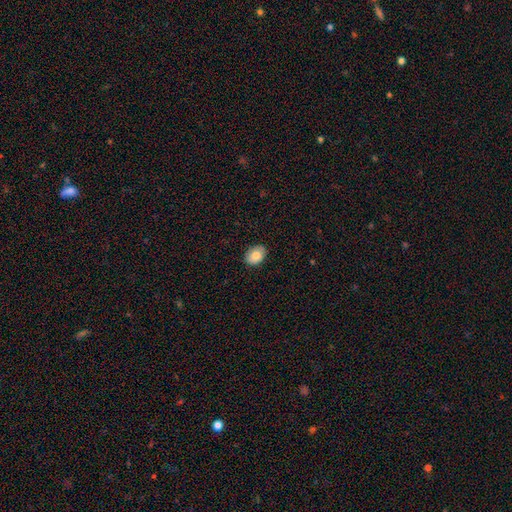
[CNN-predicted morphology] Smooth or featured?
  - smooth: 82% *
  - featured or disk: 11%
  - star or artifact: 7%
How rounded?
  - in between: 72% *
  - round: 27%
  - cigar-shaped: 1%
Merging?
  - none: 86% *
  - minor disturbance: 11%
  - major disturbance: 2%
  - merger: 1%